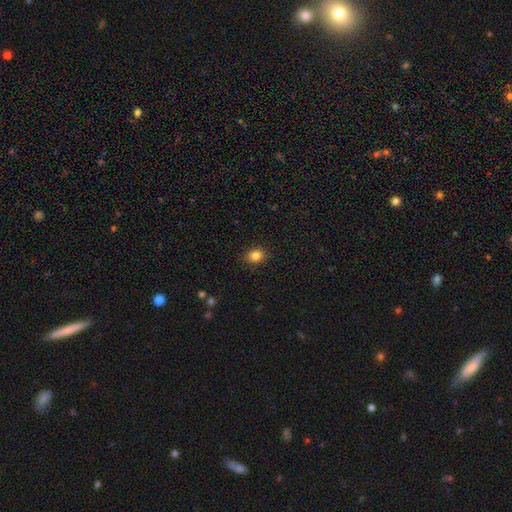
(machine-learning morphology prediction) Smooth or featured? smooth (84%)
How rounded? round (51%)
Merging? none (88%)